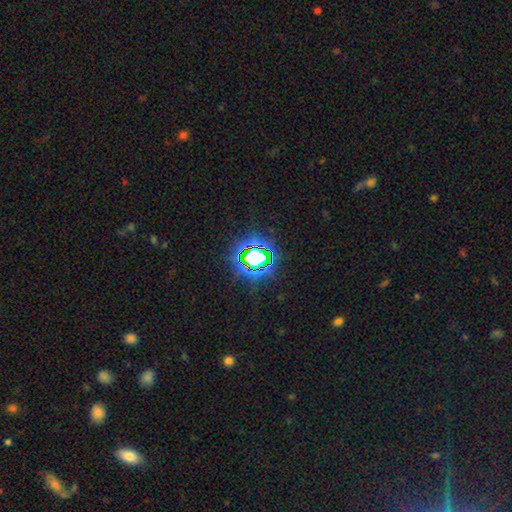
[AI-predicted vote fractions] Smooth or featured?
  - star or artifact: 73% *
  - smooth: 16%
  - featured or disk: 10%